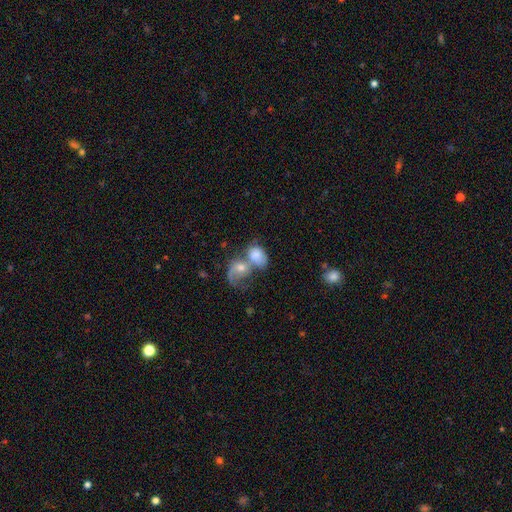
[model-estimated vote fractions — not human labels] Q: Smooth or featured?
A: smooth (65%); runner-up: featured or disk (27%)
Q: How rounded?
A: in between (66%); runner-up: round (32%)
Q: Merging?
A: merger (73%); runner-up: none (12%)